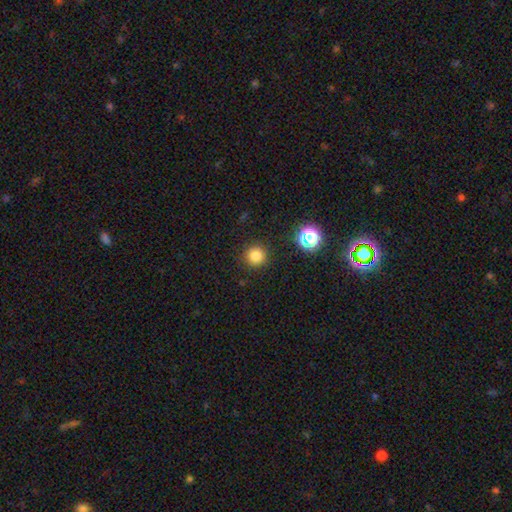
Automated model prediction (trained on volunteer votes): This is likely a smooth galaxy (79%). How rounded: clearly round (95%). Merging: clearly none (90%).